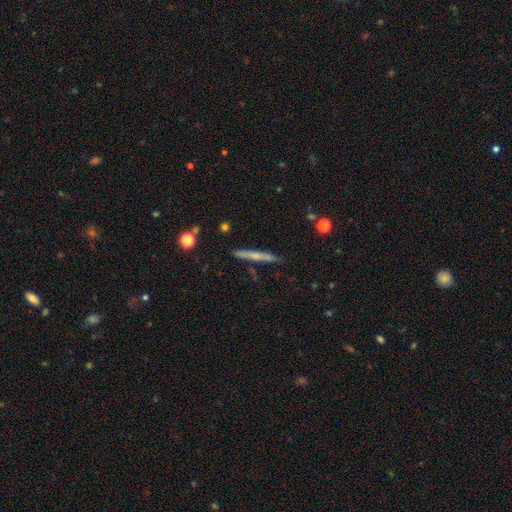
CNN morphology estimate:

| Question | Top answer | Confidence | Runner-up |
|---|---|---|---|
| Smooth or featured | smooth | 53% | featured or disk (40%) |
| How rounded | cigar-shaped | 96% | in between (3%) |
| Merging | none | 87% | minor disturbance (9%) |